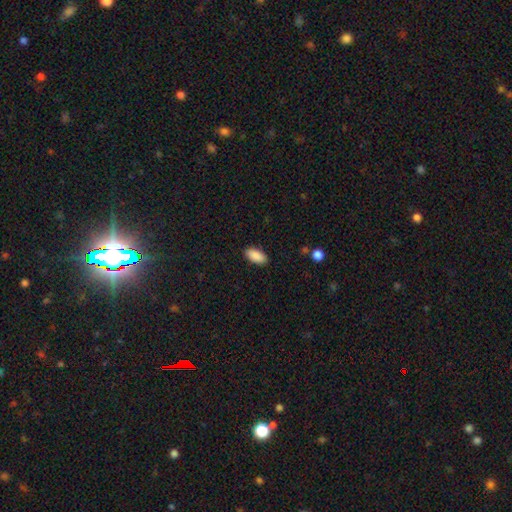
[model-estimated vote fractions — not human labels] Q: Smooth or featured?
A: smooth (90%); runner-up: star or artifact (6%)
Q: How rounded?
A: in between (92%); runner-up: cigar-shaped (6%)
Q: Merging?
A: none (89%); runner-up: minor disturbance (8%)